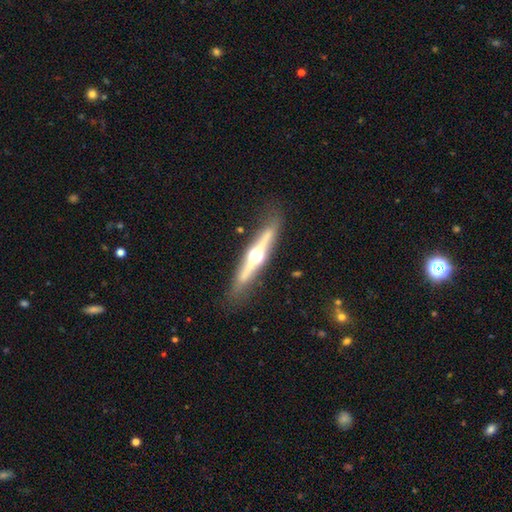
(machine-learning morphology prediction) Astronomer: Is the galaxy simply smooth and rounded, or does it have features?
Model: featured or disk — 78%.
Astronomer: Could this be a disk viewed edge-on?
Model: yes — 97%.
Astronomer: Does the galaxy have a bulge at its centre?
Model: rounded — 96%.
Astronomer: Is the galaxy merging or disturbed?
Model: none — 86%.